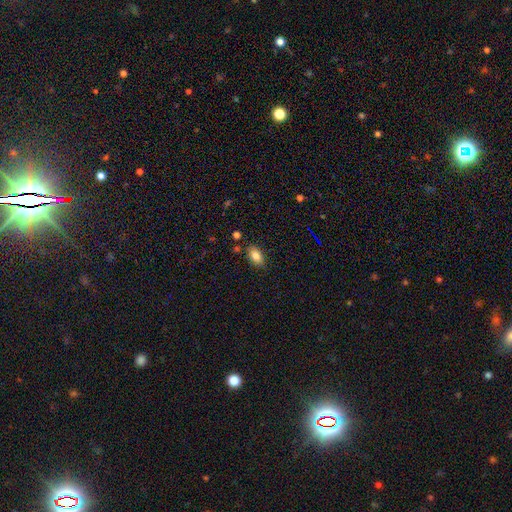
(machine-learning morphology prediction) Smooth or featured: smooth — 84% (star or artifact — 9%)
How rounded: in between — 91% (round — 7%)
Merging: none — 83% (minor disturbance — 11%)